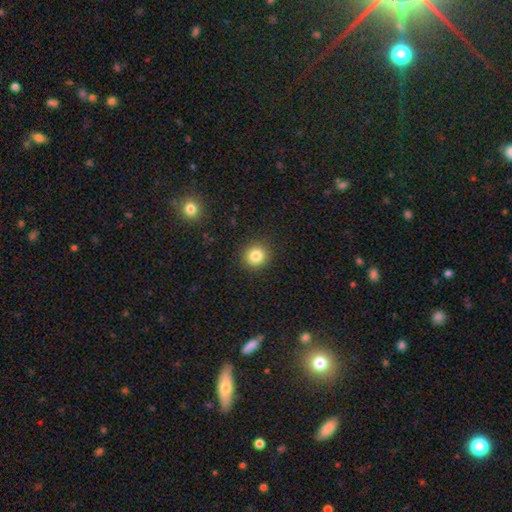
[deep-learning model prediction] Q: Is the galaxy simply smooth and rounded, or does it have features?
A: smooth — 82%.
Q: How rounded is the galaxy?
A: round — 91%.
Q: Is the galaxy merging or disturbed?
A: none — 90%.